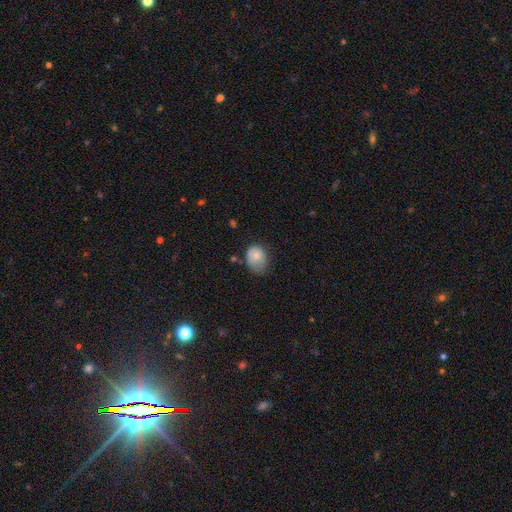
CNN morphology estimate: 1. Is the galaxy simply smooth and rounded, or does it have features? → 79% smooth, 13% featured or disk, 8% star or artifact.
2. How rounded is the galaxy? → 66% in between, 33% round, 1% cigar-shaped.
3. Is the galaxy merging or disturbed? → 44% minor disturbance, 34% none, 19% major disturbance, 3% merger.